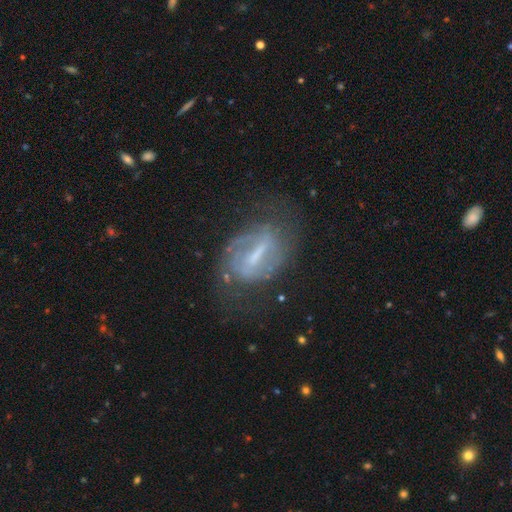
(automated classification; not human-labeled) Smooth or featured: featured or disk — 78% (smooth — 14%)
Edge-on disk: no — 92% (yes — 8%)
Bar: strong — 56% (weak — 35%)
Spiral arms: yes — 76% (no — 24%)
Spiral winding: medium — 42% (tight — 34%)
Spiral arm count: 2 — 63% (can't tell — 24%)
Bulge size: small — 43% (moderate — 27%)
Merging: none — 59% (minor disturbance — 22%)